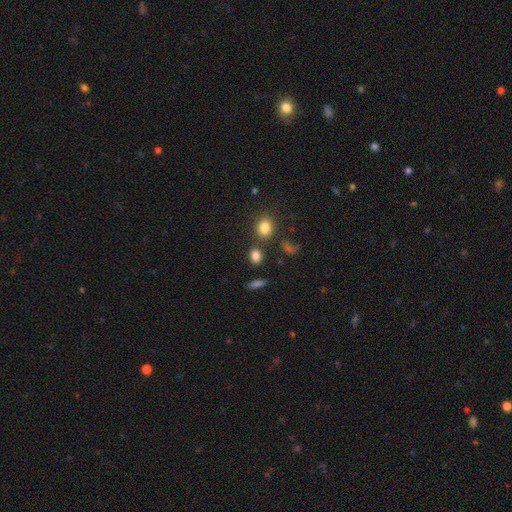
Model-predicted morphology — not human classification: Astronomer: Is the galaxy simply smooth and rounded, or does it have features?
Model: smooth — 83%.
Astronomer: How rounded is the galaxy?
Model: in between — 55% (runner-up: round, 42%).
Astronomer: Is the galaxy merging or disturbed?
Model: none — 74%.